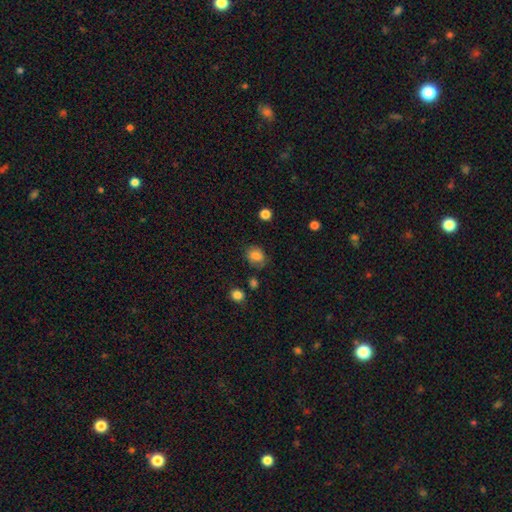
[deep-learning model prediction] smooth-or-featured: smooth: 83% | star or artifact: 10% | featured or disk: 7%
  how-rounded: in between: 51% | round: 48% | cigar-shaped: 1%
  merging: none: 75% | minor disturbance: 17% | major disturbance: 5% | merger: 3%